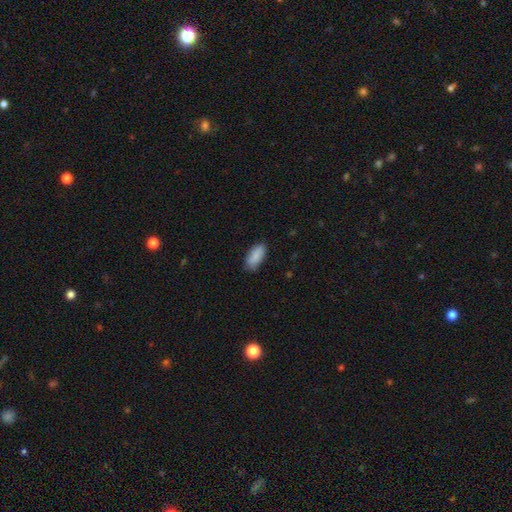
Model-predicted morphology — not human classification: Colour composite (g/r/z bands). It shows a smooth galaxy with no disk features (88%) that is in between round and cigar-shaped (86%). Merging: none (81%).